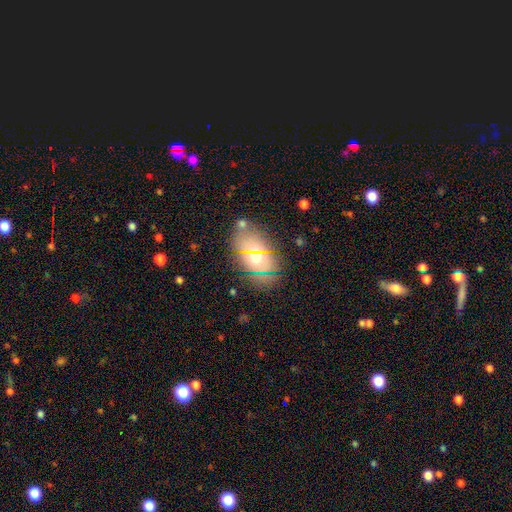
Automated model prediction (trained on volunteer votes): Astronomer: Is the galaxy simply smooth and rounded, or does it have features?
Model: smooth — 57%.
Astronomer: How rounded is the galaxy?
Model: in between — 74%.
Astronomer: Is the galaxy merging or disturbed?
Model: none — 77%.